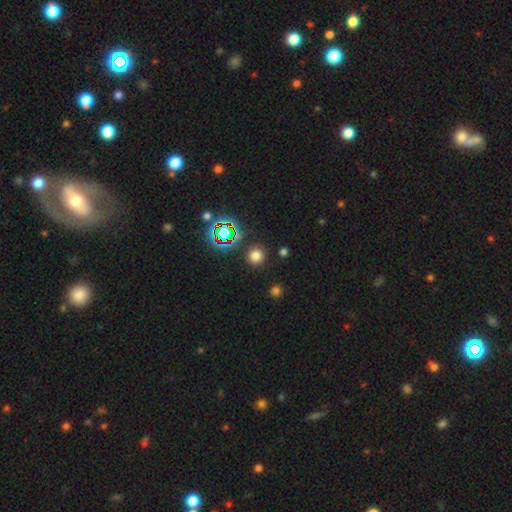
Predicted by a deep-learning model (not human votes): Q: Smooth or featured?
A: smooth (71%); runner-up: star or artifact (23%)
Q: How rounded?
A: round (94%); runner-up: in between (5%)
Q: Merging?
A: none (89%); runner-up: minor disturbance (6%)